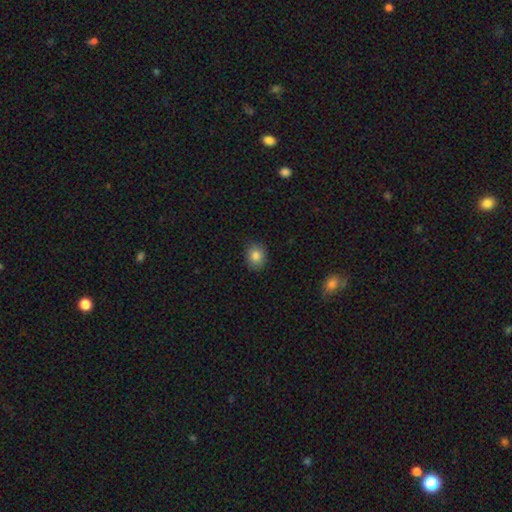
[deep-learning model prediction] A smooth galaxy with no disk features (83%) that is round (63%). Merging: none (88%).